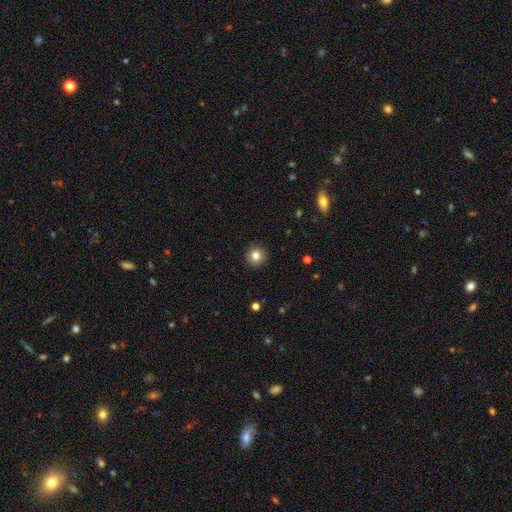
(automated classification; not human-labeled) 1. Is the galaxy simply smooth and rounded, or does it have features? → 83% smooth, 11% star or artifact, 6% featured or disk.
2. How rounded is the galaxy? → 95% round, 5% in between, 1% cigar-shaped.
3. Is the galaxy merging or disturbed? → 92% none, 5% minor disturbance, 2% major disturbance, 1% merger.